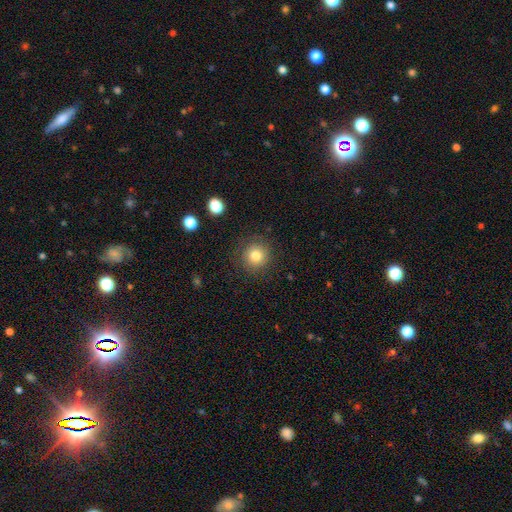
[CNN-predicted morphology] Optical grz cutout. It shows a smooth galaxy with no disk features (81%) that is round (93%). Merging: none (87%).